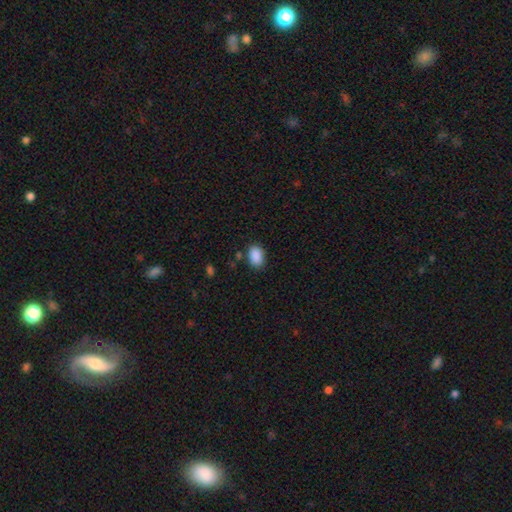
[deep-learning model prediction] A smooth galaxy with no disk features (89%) that is in between round and cigar-shaped (84%).

Vote fractions:
- Smooth or featured? smooth: 89% / star or artifact: 8% / featured or disk: 3%
- How rounded? in between: 84% / round: 15% / cigar-shaped: 1%
- Merging? none: 82% / minor disturbance: 12% / major disturbance: 3% / merger: 2%